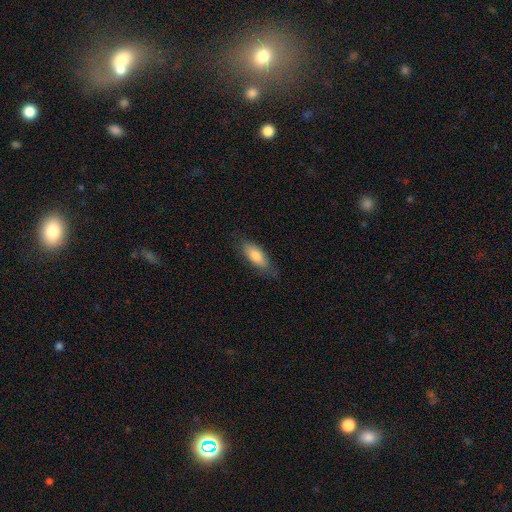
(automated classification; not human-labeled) Q: Smooth or featured?
A: smooth (78%); runner-up: featured or disk (16%)
Q: How rounded?
A: in between (71%); runner-up: cigar-shaped (27%)
Q: Merging?
A: none (78%); runner-up: minor disturbance (17%)